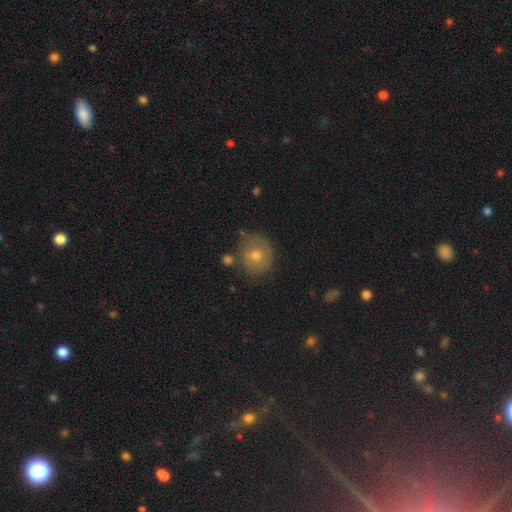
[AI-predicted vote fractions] Q: Smooth or featured?
A: smooth (59%); runner-up: featured or disk (28%)
Q: How rounded?
A: round (82%); runner-up: in between (17%)
Q: Merging?
A: none (68%); runner-up: minor disturbance (20%)